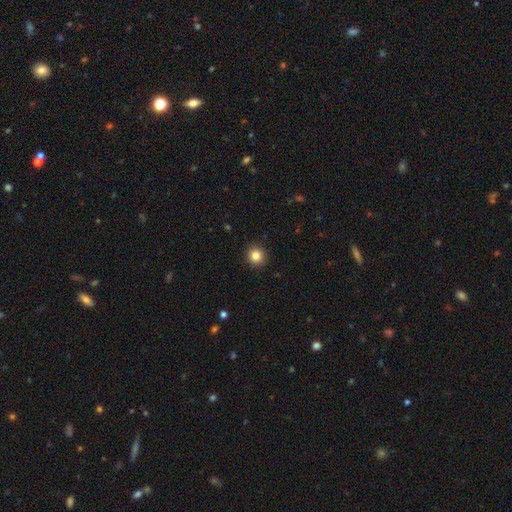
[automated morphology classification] smooth_or_featured: smooth (p=0.84) [alt: star or artifact p=0.11]
how_rounded: round (p=0.93) [alt: in between p=0.06]
merging: none (p=0.93) [alt: minor disturbance p=0.05]